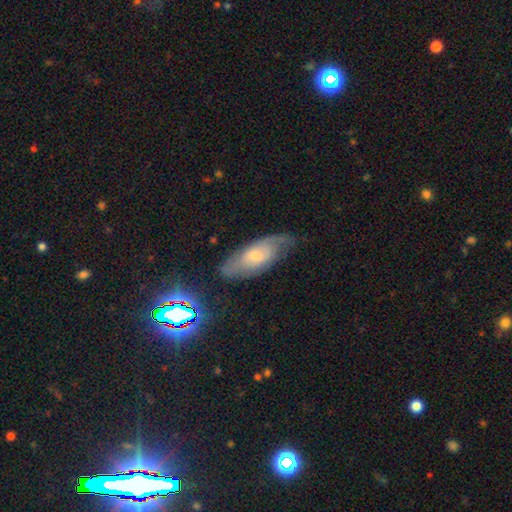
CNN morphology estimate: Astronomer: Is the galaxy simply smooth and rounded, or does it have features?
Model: featured or disk — 57% (runner-up: smooth, 34%).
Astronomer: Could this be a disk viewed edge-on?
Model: no — 84%.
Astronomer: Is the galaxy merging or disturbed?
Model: none — 63%.